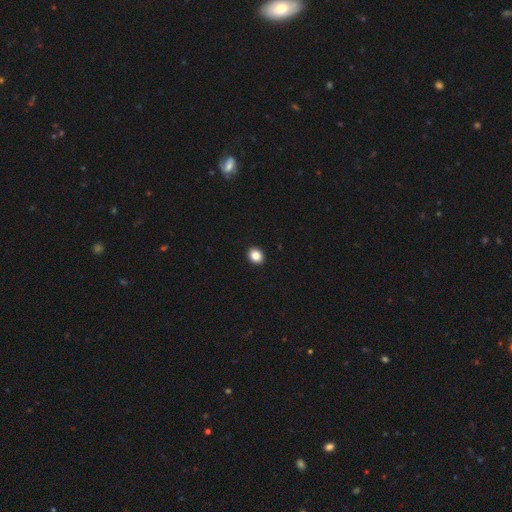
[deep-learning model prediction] smooth-or-featured: smooth: 87% | star or artifact: 10% | featured or disk: 4%
  how-rounded: round: 56% | in between: 43% | cigar-shaped: 1%
  merging: none: 93% | minor disturbance: 5% | major disturbance: 1% | merger: 1%